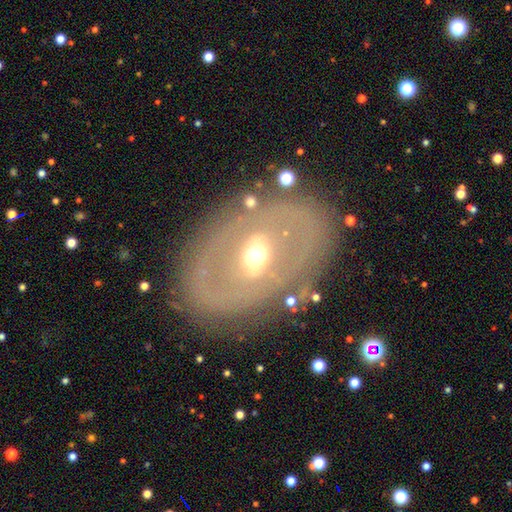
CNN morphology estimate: Smooth or featured: featured or disk — 67% (smooth — 25%)
Edge-on disk: no — 91% (yes — 9%)
Bar: no — 51% (weak — 29%)
Spiral arms: no — 76% (yes — 24%)
Bulge size: moderate — 68% (small — 15%)
Merging: none — 73% (minor disturbance — 14%)